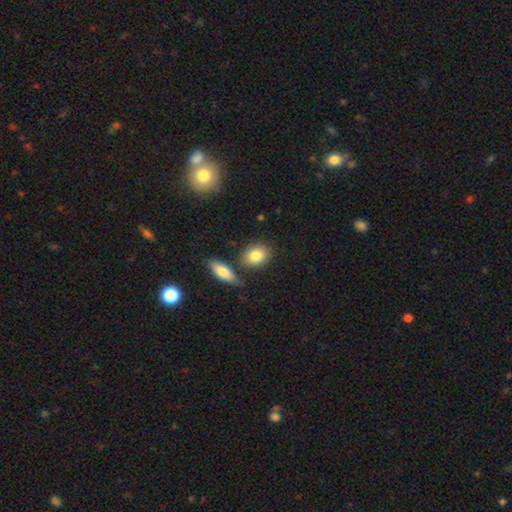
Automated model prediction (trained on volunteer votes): smooth_or_featured: smooth (p=0.83) [alt: featured or disk p=0.10]
how_rounded: in between (p=0.66) [alt: round p=0.31]
merging: none (p=0.71) [alt: merger p=0.14]